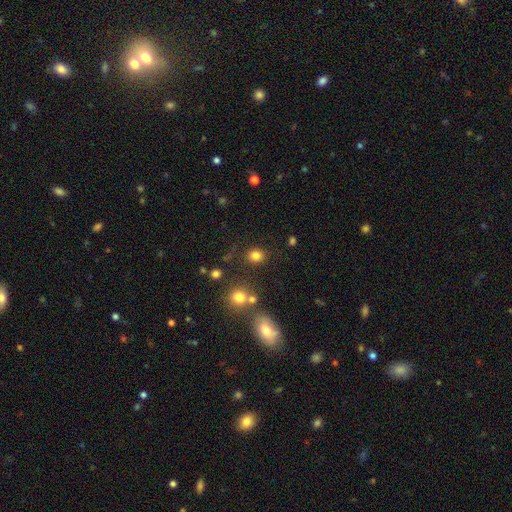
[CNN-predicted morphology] type=smooth (80%); roundness=round (72%); merging=none (81%).